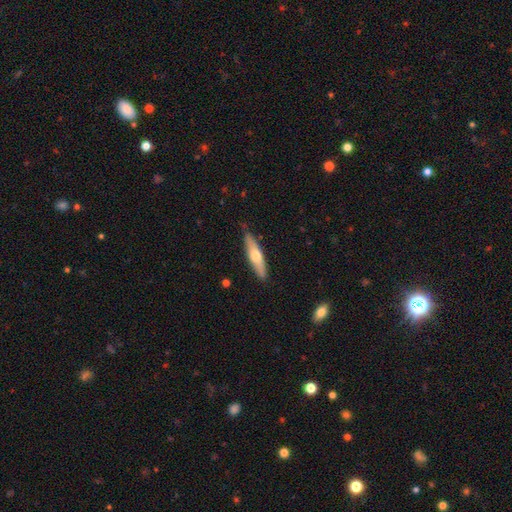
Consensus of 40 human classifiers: Smooth or featured? smooth (60%)
How rounded? cigar-shaped (79%)
Merging? none (95%)